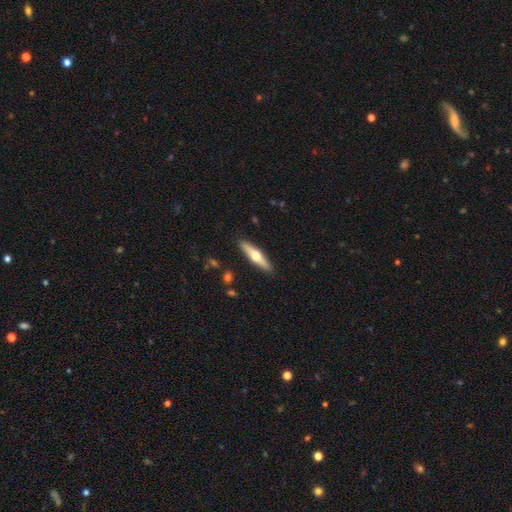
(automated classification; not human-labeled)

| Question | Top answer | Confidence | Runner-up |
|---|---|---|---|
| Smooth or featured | featured or disk | 56% | smooth (39%) |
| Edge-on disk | yes | 93% | no (7%) |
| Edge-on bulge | rounded | 95% | none (3%) |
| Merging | none | 90% | minor disturbance (7%) |